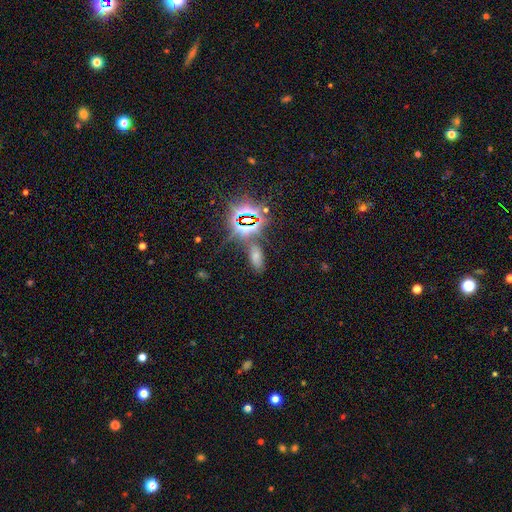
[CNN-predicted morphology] smooth-or-featured: smooth: 45% | star or artifact: 44% | featured or disk: 11%
  merging: none: 69% | minor disturbance: 16% | merger: 9% | major disturbance: 7%